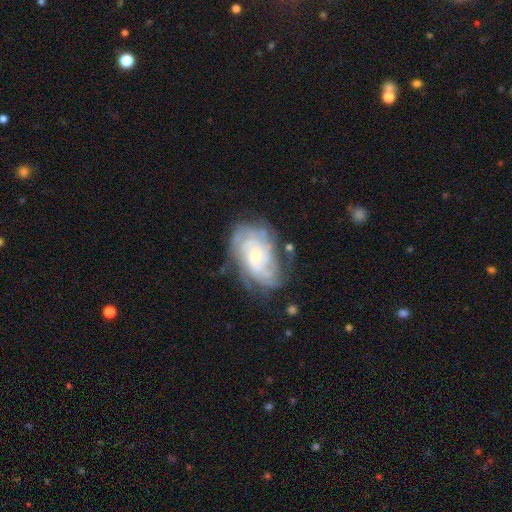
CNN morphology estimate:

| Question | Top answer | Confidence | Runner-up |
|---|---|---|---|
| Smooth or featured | featured or disk | 83% | smooth (10%) |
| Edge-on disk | no | 96% | yes (4%) |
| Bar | no | 69% | weak (26%) |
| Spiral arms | yes | 95% | no (5%) |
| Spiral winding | tight | 71% | medium (24%) |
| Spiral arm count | can't tell | 39% | 4 (19%) |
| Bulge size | small | 62% | moderate (30%) |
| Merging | none | 69% | minor disturbance (20%) |